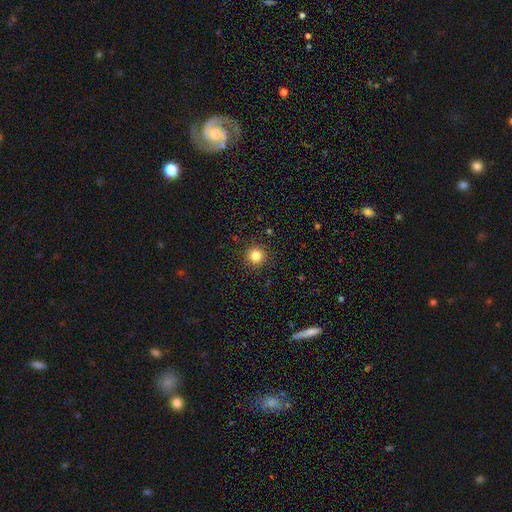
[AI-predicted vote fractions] This is clearly a smooth galaxy (82%). How rounded: clearly round (96%). Merging: clearly none (92%).